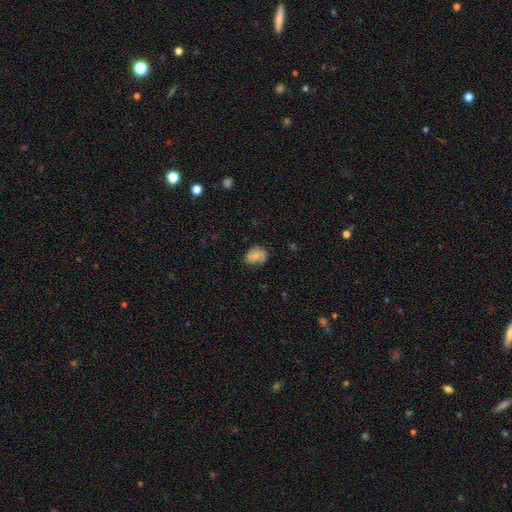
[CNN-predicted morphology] This is possibly a smooth galaxy (47%). Merging: likely none (70%).